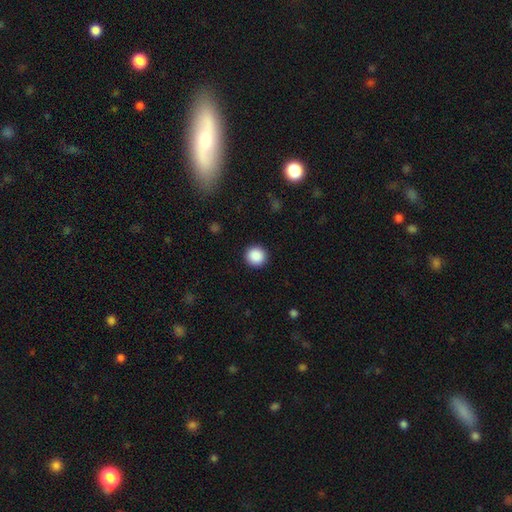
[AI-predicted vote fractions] Q: Smooth or featured?
A: smooth (89%); runner-up: star or artifact (9%)
Q: How rounded?
A: round (94%); runner-up: in between (5%)
Q: Merging?
A: none (92%); runner-up: minor disturbance (5%)